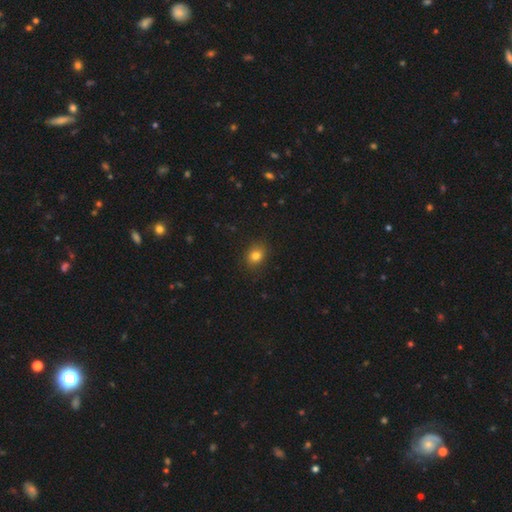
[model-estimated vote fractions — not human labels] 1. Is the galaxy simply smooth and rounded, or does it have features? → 81% smooth, 12% star or artifact, 7% featured or disk.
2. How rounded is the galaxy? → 52% in between, 47% round, 1% cigar-shaped.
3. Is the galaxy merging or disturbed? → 86% none, 11% minor disturbance, 3% major disturbance, 1% merger.